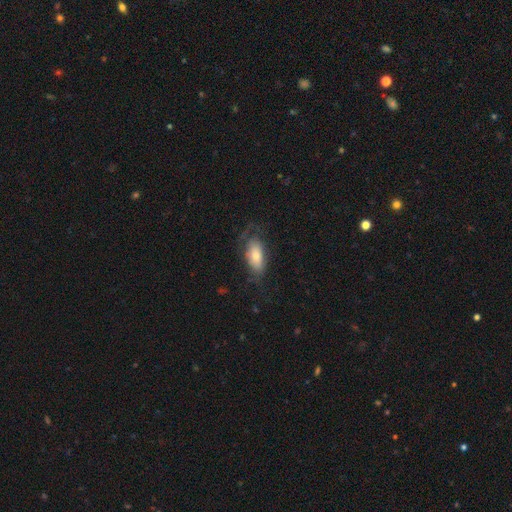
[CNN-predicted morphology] The model was most divided on "smooth or featured": smooth: 58%, featured or disk: 34%, star or artifact: 7%. More confident: how rounded — in between (86%); merging — none (52%).